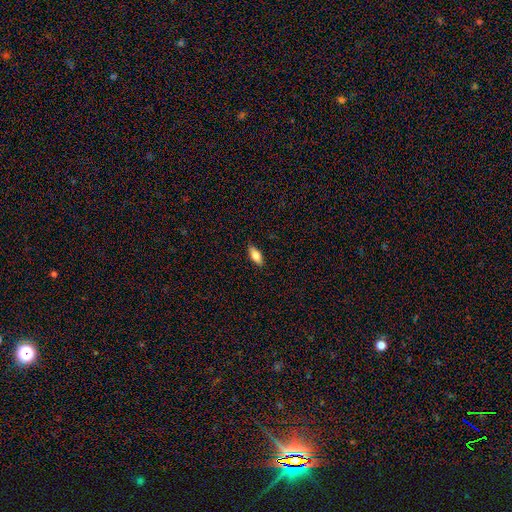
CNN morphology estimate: Smooth or featured: smooth — 80% (featured or disk — 14%)
How rounded: in between — 79% (cigar-shaped — 18%)
Merging: none — 87% (minor disturbance — 10%)